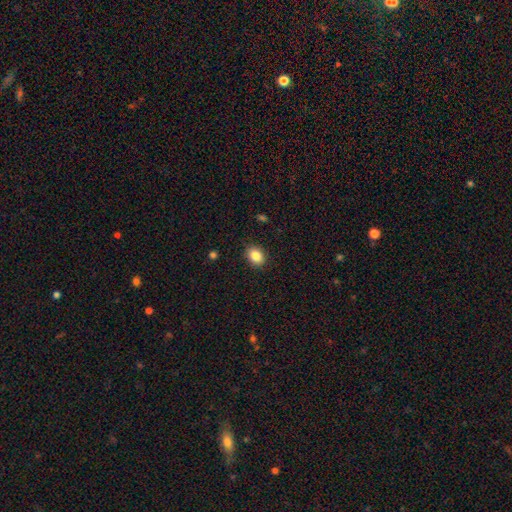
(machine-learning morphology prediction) Smooth or featured?
  - smooth: 85% *
  - star or artifact: 9%
  - featured or disk: 5%
How rounded?
  - in between: 61% *
  - round: 38%
  - cigar-shaped: 1%
Merging?
  - none: 88% *
  - minor disturbance: 8%
  - major disturbance: 2%
  - merger: 1%